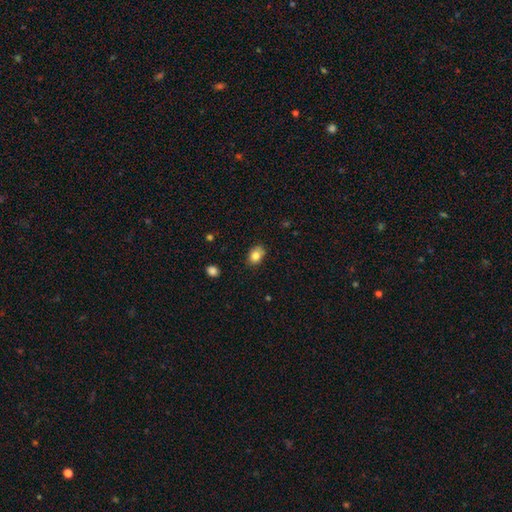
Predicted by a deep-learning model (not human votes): Smooth or featured? Predicted: smooth (p=0.83). How rounded? Predicted: in between (p=0.72). Merging? Predicted: none (p=0.81).